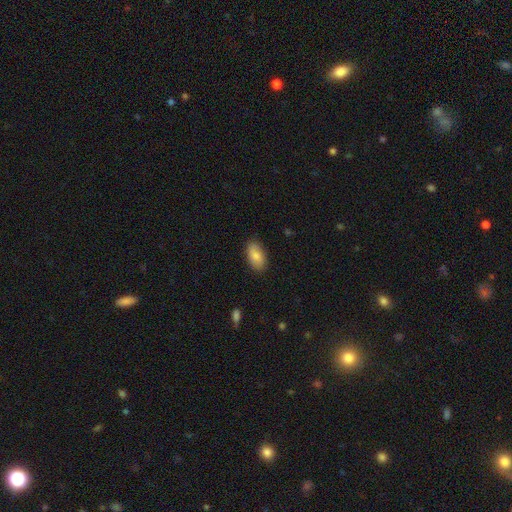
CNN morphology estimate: Smooth or featured: smooth — 82% (featured or disk — 12%)
How rounded: in between — 93% (round — 4%)
Merging: none — 83% (minor disturbance — 14%)